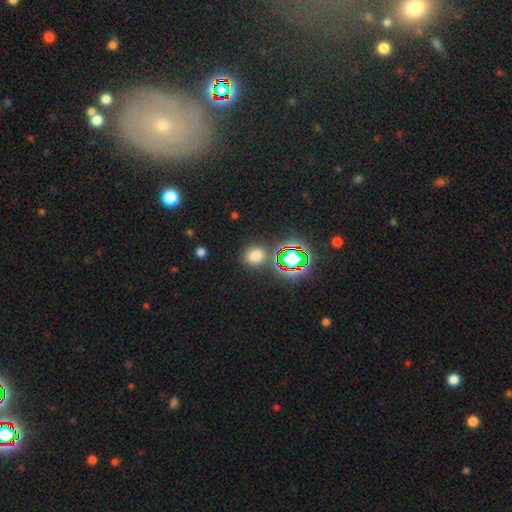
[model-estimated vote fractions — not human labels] smooth 68%, star or artifact 26%, featured or disk 6%. Down the decision tree: how rounded — round (71%); merging — none (82%).